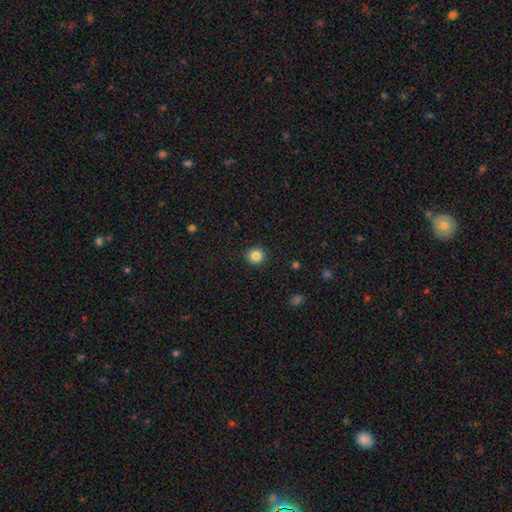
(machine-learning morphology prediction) Q: Smooth or featured?
A: smooth (84%); runner-up: star or artifact (10%)
Q: How rounded?
A: round (91%); runner-up: in between (8%)
Q: Merging?
A: none (91%); runner-up: minor disturbance (6%)